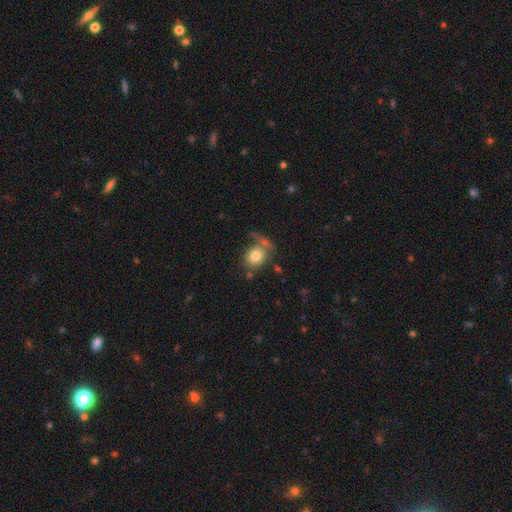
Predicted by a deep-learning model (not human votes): Overall: smooth (76%). How rounded: round (60%; in between 39%). Merging: none (47%; merger 20%).